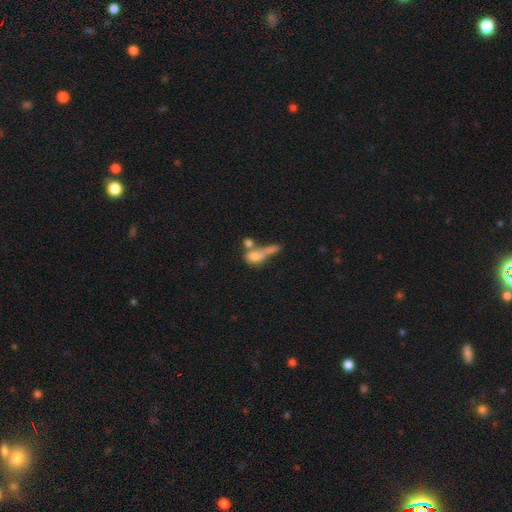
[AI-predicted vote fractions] Smooth or featured? Predicted: smooth (p=0.53). How rounded? Predicted: in between (p=0.47). Merging? Predicted: merger (p=0.51).